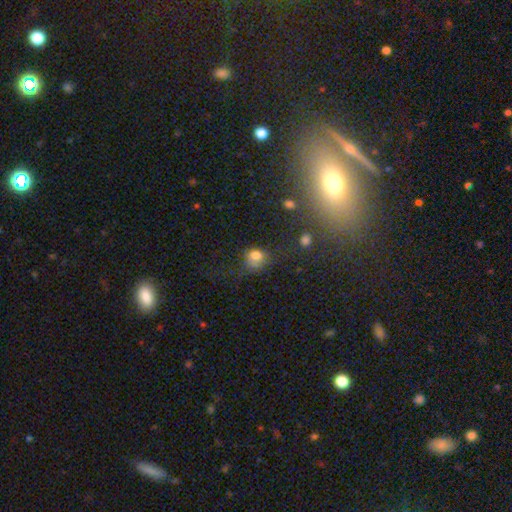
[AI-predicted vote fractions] Q: Smooth or featured?
A: smooth (77%); runner-up: star or artifact (13%)
Q: How rounded?
A: round (70%); runner-up: in between (29%)
Q: Merging?
A: none (52%); runner-up: minor disturbance (24%)